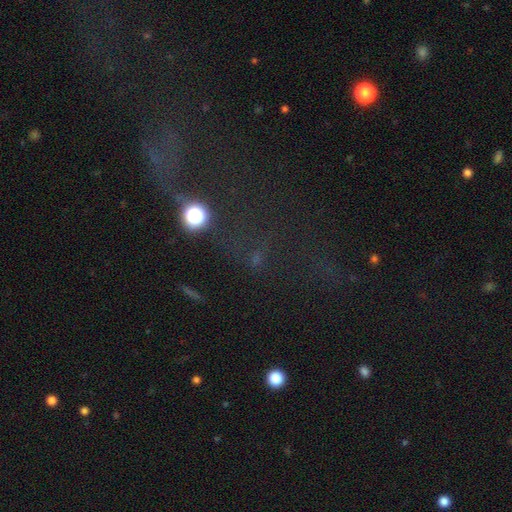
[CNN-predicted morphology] The model was most divided on "smooth or featured": star or artifact: 53%, smooth: 32%, featured or disk: 15%.